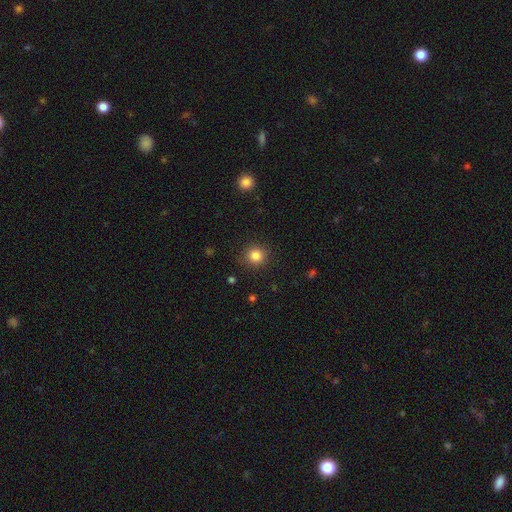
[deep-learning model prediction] This is clearly a smooth galaxy (84%). How rounded: clearly round (91%). Merging: clearly none (89%).